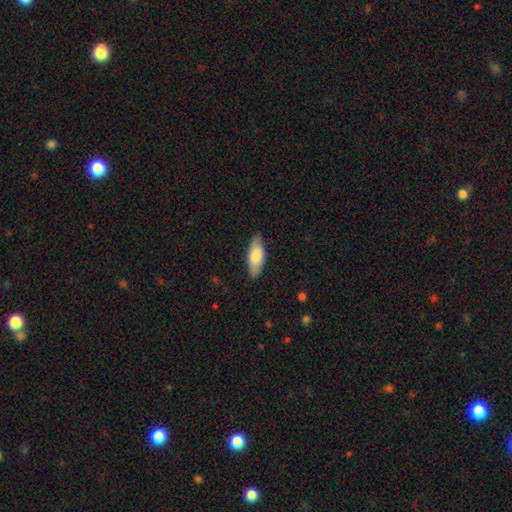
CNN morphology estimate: Smooth or featured? Predicted: smooth (p=0.77). How rounded? Predicted: in between (p=0.78). Merging? Predicted: none (p=0.82).